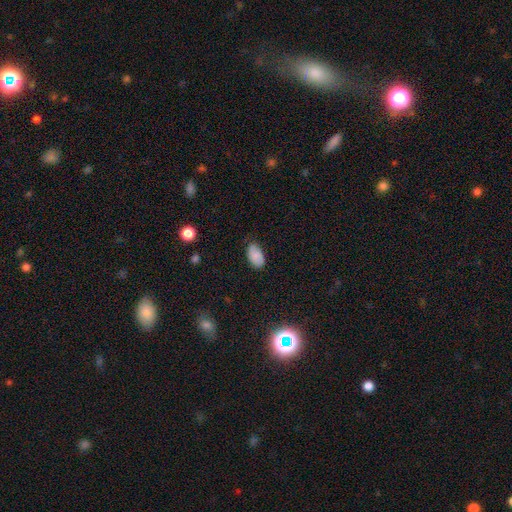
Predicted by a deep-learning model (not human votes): This appears to be a smooth galaxy with no disk features (83%) that is in between round and cigar-shaped (94%). Merging: none (70%).